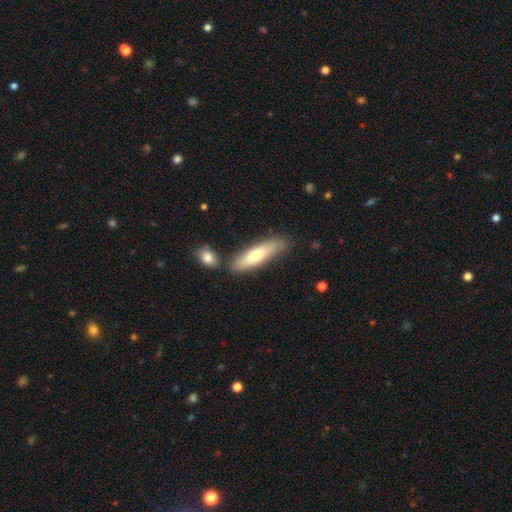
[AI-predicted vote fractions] smooth 65%, featured or disk 29%, star or artifact 6%. Down the decision tree: how rounded — cigar-shaped (69%); merging — none (73%).